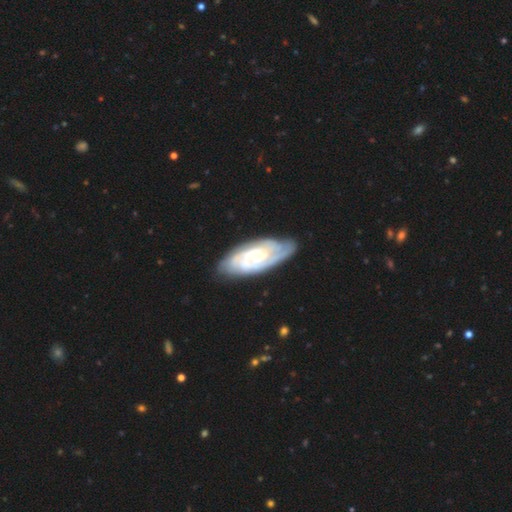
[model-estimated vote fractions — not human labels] Smooth or featured: featured or disk — 81% (smooth — 14%)
Edge-on disk: no — 92% (yes — 8%)
Bar: no — 63% (weak — 30%)
Spiral arms: yes — 95% (no — 5%)
Spiral winding: tight — 67% (medium — 27%)
Spiral arm count: can't tell — 35% (2 — 23%)
Bulge size: moderate — 54% (small — 40%)
Merging: none — 77% (minor disturbance — 17%)